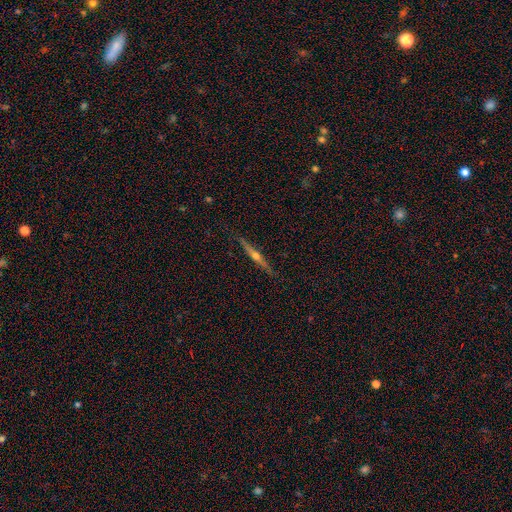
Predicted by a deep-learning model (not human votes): Q: Smooth or featured?
A: featured or disk (76%); runner-up: smooth (18%)
Q: Edge-on disk?
A: yes (98%); runner-up: no (2%)
Q: Edge-on bulge?
A: rounded (93%); runner-up: none (5%)
Q: Merging?
A: none (89%); runner-up: minor disturbance (8%)